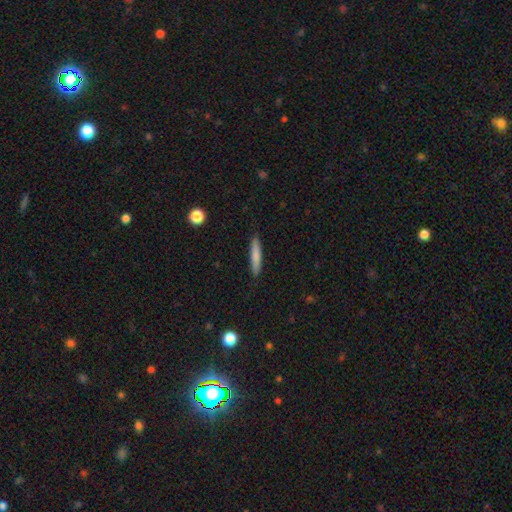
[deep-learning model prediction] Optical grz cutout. It shows a smooth galaxy with no disk features (79%) that is cigar-shaped (90%). Merging: none (88%).